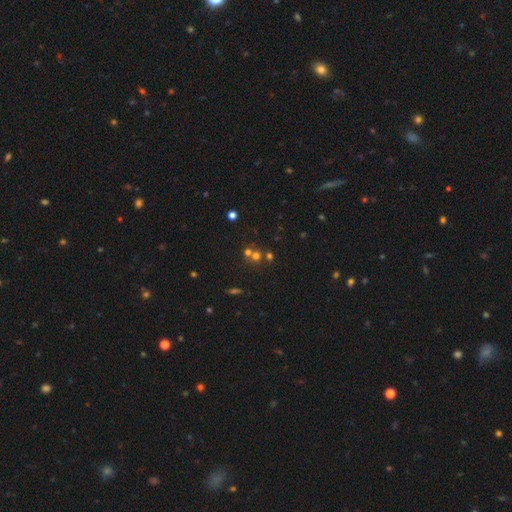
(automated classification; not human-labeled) Smooth or featured: smooth — 54% (star or artifact — 30%)
How rounded: round — 86% (in between — 13%)
Merging: none — 49% (merger — 41%)